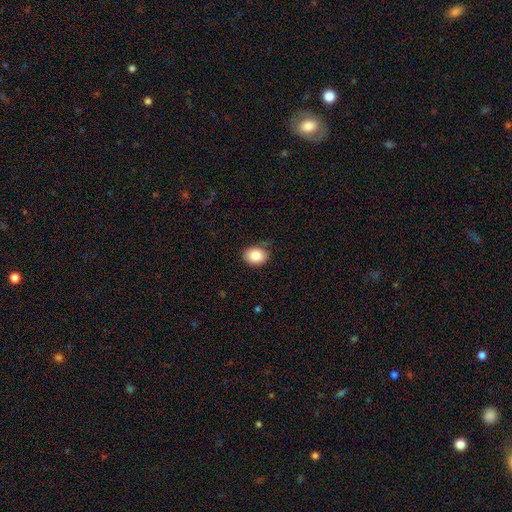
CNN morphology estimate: smooth 87%, star or artifact 8%, featured or disk 5%. Down the decision tree: how rounded — in between (58%); merging — none (72%).